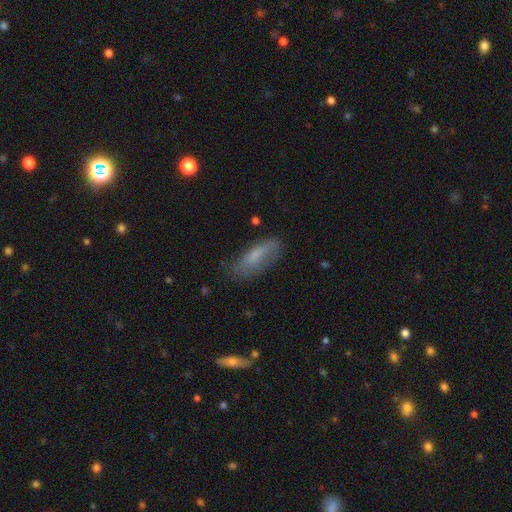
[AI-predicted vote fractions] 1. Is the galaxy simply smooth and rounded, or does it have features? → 66% smooth, 26% featured or disk, 8% star or artifact.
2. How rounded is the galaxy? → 62% in between, 36% cigar-shaped, 2% round.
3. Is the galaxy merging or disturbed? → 66% none, 24% minor disturbance, 8% major disturbance, 2% merger.